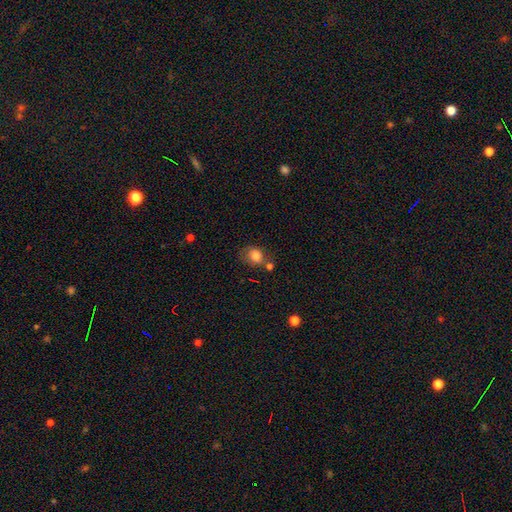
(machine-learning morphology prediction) This appears to be a smooth galaxy with no disk features (81%) that is round (51%). Merging: none (50%).